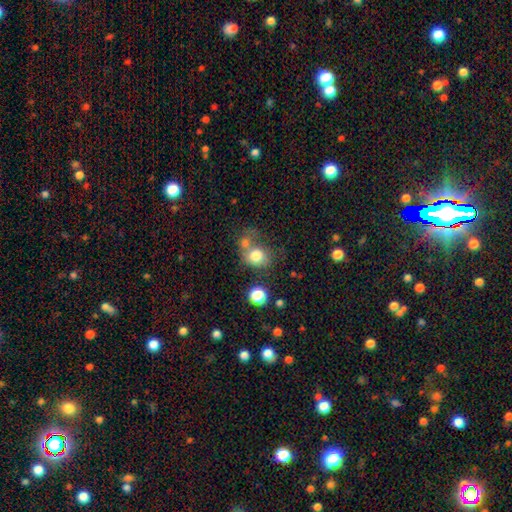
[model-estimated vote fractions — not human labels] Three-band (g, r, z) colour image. It shows a smooth galaxy with no disk features (77%) that is round (67%). Merging: none (40%).